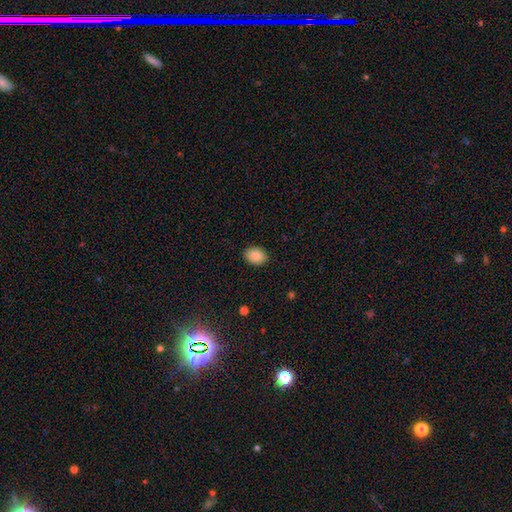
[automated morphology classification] This is clearly a smooth galaxy (88%). How rounded: likely in between (71%). Merging: clearly none (89%).